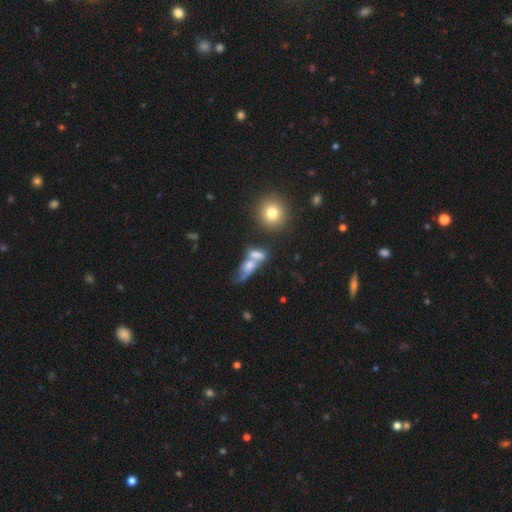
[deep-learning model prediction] smooth 53%, featured or disk 34%, star or artifact 14%. Down the decision tree: how rounded — in between (60%); merging — merger (53%).